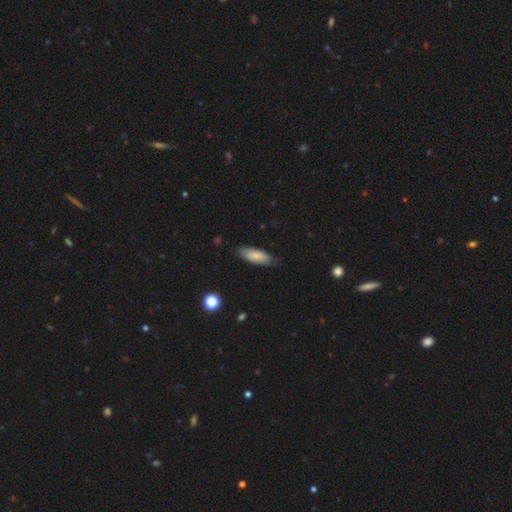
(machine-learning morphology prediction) The model was most divided on "how rounded": in between: 73%, cigar-shaped: 25%, round: 2%. More confident: smooth or featured — smooth (83%); merging — none (79%).